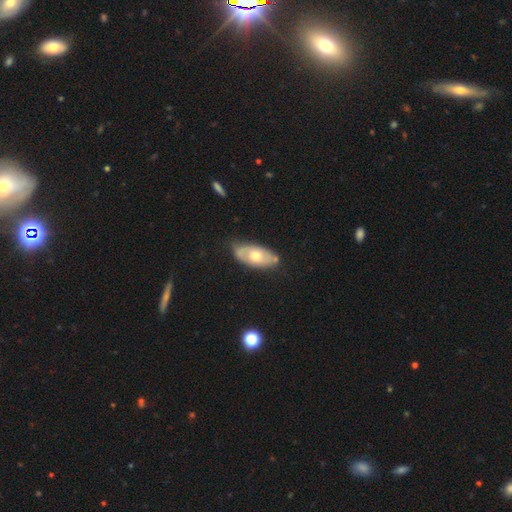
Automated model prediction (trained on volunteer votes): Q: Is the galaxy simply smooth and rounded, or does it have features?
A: smooth — 47%, tied with featured or disk.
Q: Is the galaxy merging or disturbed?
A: none — 72%.